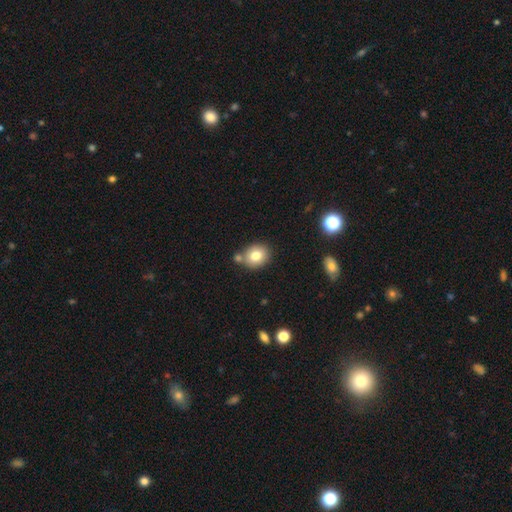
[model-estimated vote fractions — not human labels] smooth 79%, featured or disk 11%, star or artifact 10%. Down the decision tree: how rounded — round (64%); merging — none (67%).